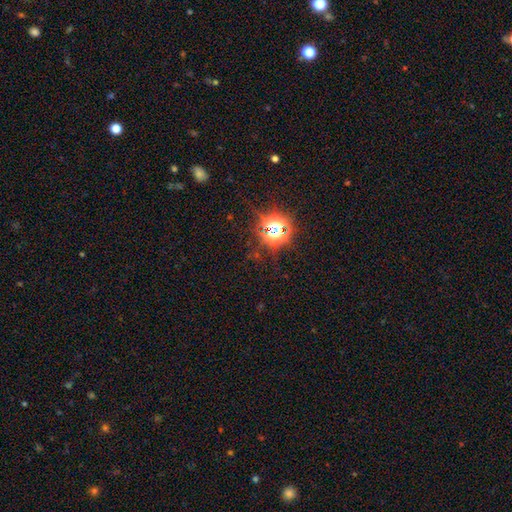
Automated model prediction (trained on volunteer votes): A star or artifact, not a galaxy (77%).

Vote fractions:
- Smooth or featured? star or artifact: 77% / smooth: 16% / featured or disk: 7%